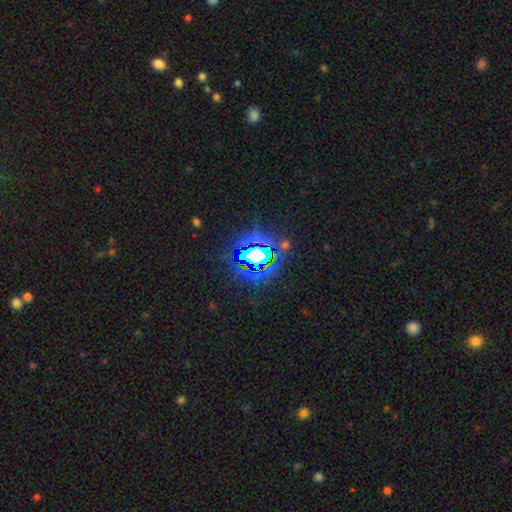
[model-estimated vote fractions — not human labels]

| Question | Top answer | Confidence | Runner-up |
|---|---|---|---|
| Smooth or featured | star or artifact | 77% | smooth (12%) |